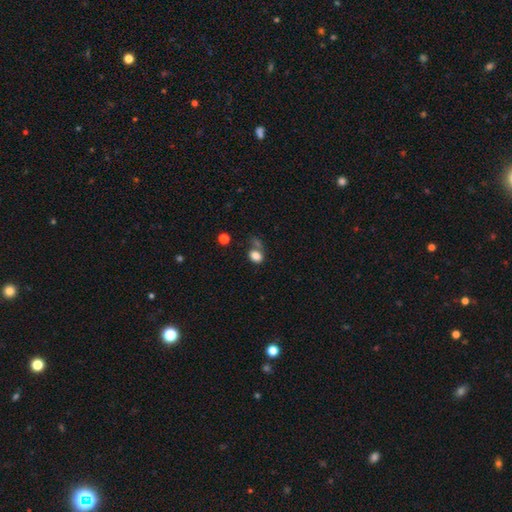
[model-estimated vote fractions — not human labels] A smooth galaxy with no disk features (82%) that is in between round and cigar-shaped (70%).

Vote fractions:
- Smooth or featured? smooth: 82% / star or artifact: 10% / featured or disk: 8%
- How rounded? in between: 70% / round: 29% / cigar-shaped: 1%
- Merging? none: 45% / merger: 25% / minor disturbance: 18% / major disturbance: 12%